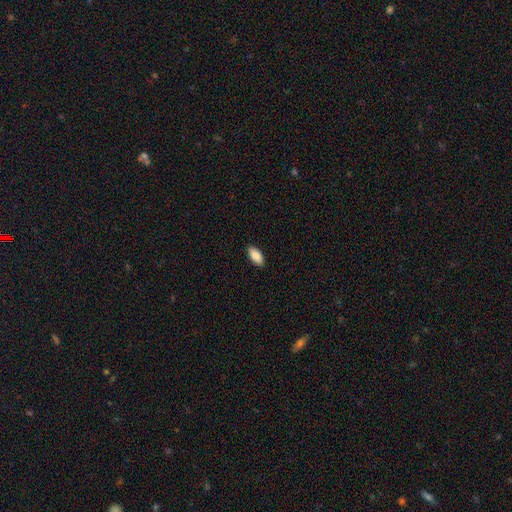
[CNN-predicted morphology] type=smooth (89%); roundness=in between (90%); merging=none (90%).